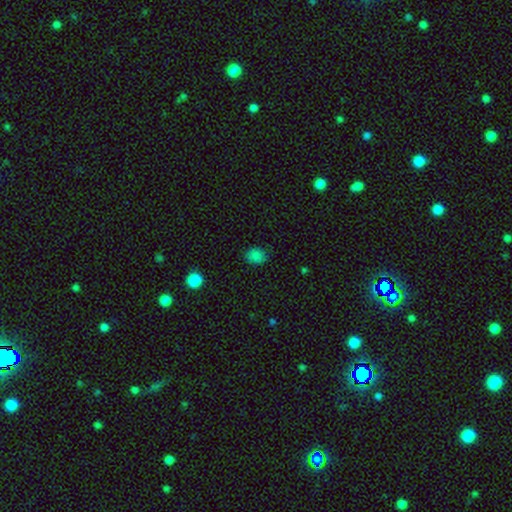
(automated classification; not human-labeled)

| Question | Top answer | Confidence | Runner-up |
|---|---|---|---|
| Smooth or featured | smooth | 83% | star or artifact (13%) |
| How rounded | round | 53% | in between (46%) |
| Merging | none | 82% | minor disturbance (14%) |